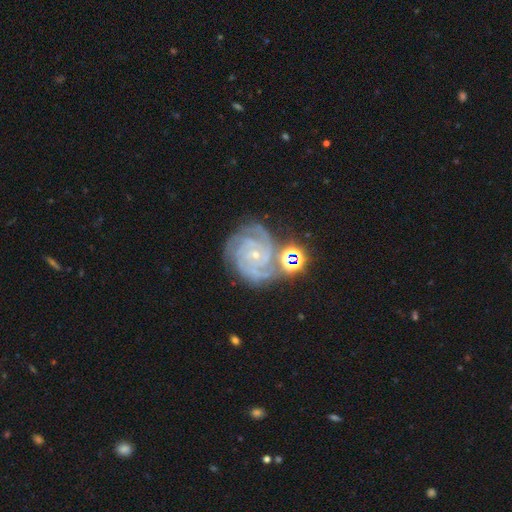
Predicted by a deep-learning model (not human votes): The model was most divided on "spiral arm count": 3: 35%, 4: 29%, can't tell: 11%, 2: 11%, more than 4: 8%, 1: 6%. More confident: spiral arms — yes (98%); edge-on disk — no (98%); smooth or featured — featured or disk (88%); bulge size — small (82%); spiral winding — tight (78%); bar — no (73%); merging — none (68%).